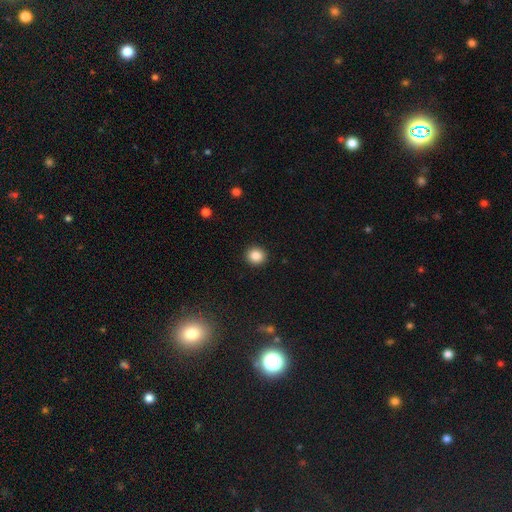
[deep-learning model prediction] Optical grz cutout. It shows a smooth galaxy with no disk features (86%) that is round (88%). Merging: none (92%).